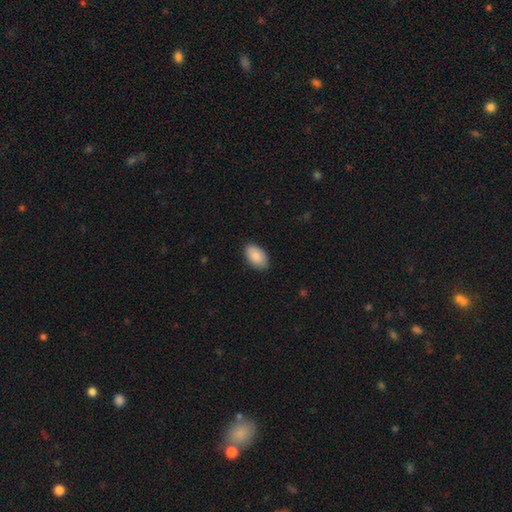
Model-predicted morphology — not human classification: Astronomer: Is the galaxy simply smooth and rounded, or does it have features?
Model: smooth — 89%.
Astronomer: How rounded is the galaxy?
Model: in between — 95%.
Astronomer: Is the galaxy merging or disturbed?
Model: none — 86%.